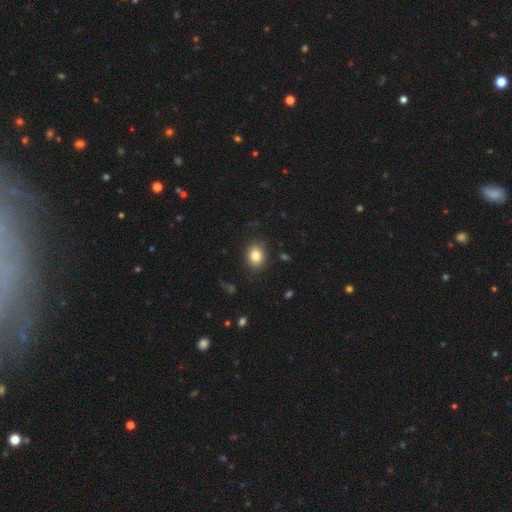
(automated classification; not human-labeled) A smooth galaxy with no disk features (82%) that is in between round and cigar-shaped (56%).

Vote fractions:
- Smooth or featured? smooth: 82% / star or artifact: 10% / featured or disk: 8%
- How rounded? in between: 56% / round: 43% / cigar-shaped: 1%
- Merging? none: 86% / minor disturbance: 10% / major disturbance: 3% / merger: 1%